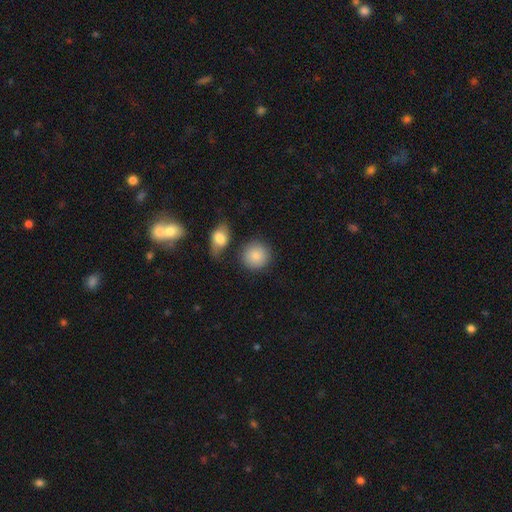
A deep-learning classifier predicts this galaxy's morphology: Smooth or featured? Predicted: smooth (p=0.86). How rounded? Predicted: round (p=0.89). Merging? Predicted: none (p=0.78).